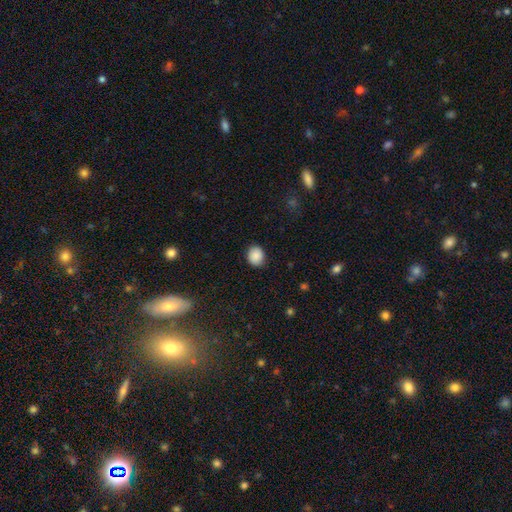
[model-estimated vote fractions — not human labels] Smooth or featured: smooth — 89% (star or artifact — 8%)
How rounded: round — 68% (in between — 31%)
Merging: none — 88% (minor disturbance — 8%)